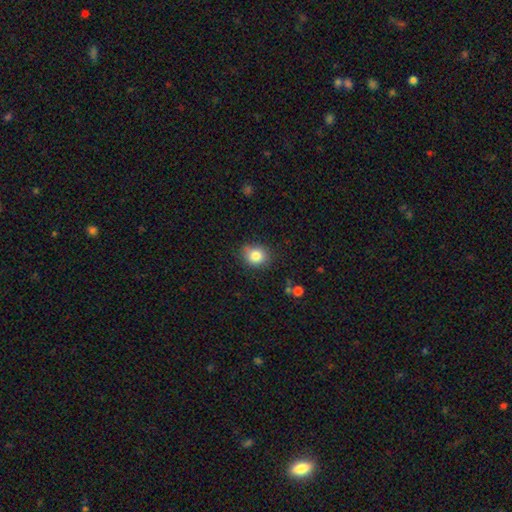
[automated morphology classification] smooth-or-featured: smooth: 83% | star or artifact: 10% | featured or disk: 7%
  how-rounded: round: 69% | in between: 30% | cigar-shaped: 1%
  merging: none: 78% | minor disturbance: 17% | major disturbance: 3% | merger: 2%